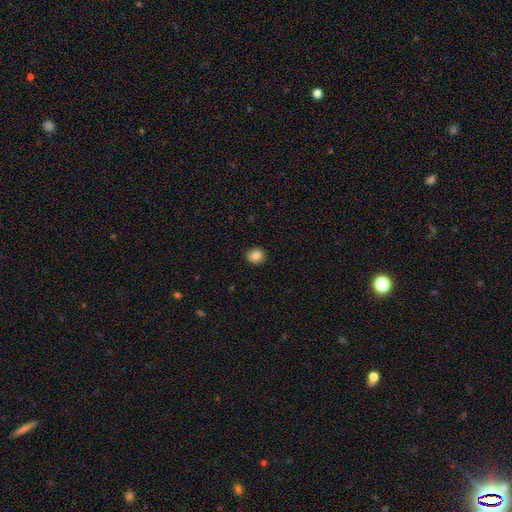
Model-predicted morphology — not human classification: smooth 85%, star or artifact 9%, featured or disk 5%. Down the decision tree: how rounded — round (73%); merging — none (90%).